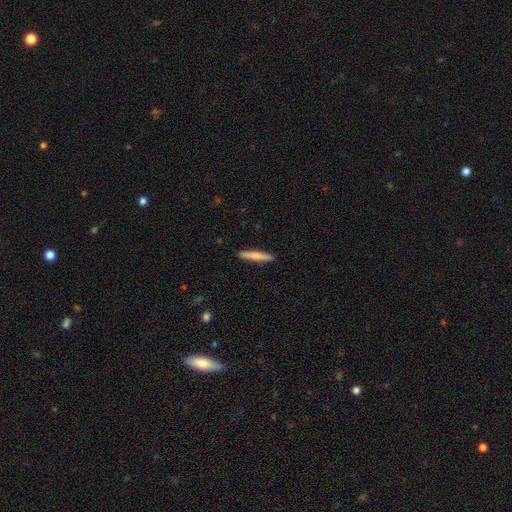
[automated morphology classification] type=smooth (75%); roundness=cigar-shaped (94%); merging=none (92%).